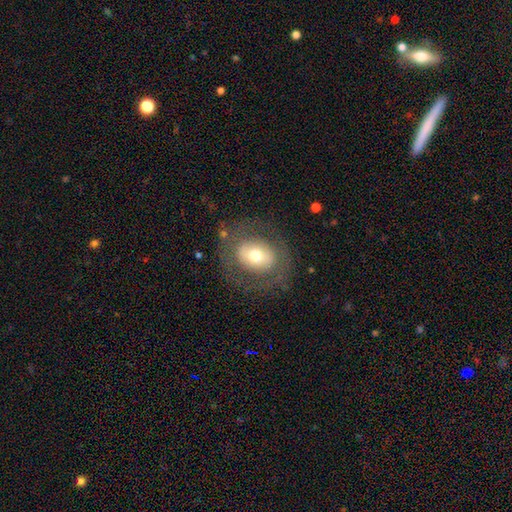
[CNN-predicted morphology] Smooth or featured? smooth (52%)
How rounded? round (54%)
Merging? none (76%)